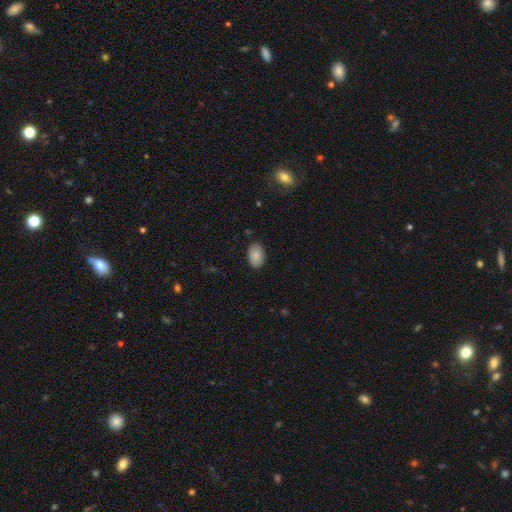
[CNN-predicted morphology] A smooth galaxy with no disk features (85%) that is in between round and cigar-shaped (90%).

Vote fractions:
- Smooth or featured? smooth: 85% / featured or disk: 8% / star or artifact: 7%
- How rounded? in between: 90% / round: 9% / cigar-shaped: 1%
- Merging? none: 85% / minor disturbance: 11% / major disturbance: 2% / merger: 1%